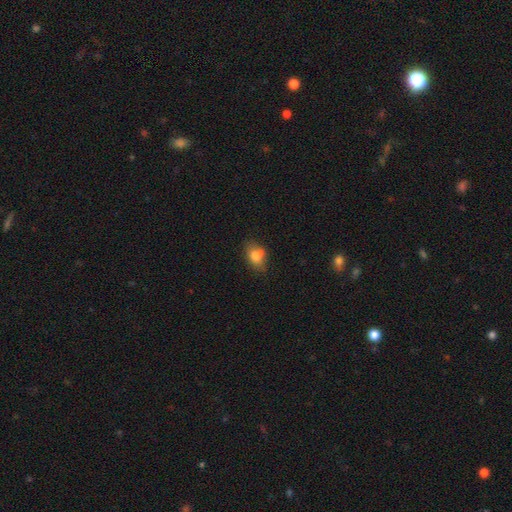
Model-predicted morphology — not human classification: This appears to be a smooth galaxy with no disk features (78%) that is in between round and cigar-shaped (72%). Merging: none (57%).